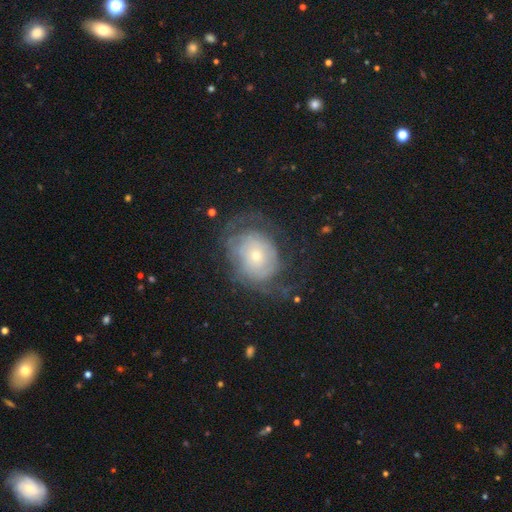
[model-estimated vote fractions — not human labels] The model was most divided on "bulge size": small: 56%, moderate: 36%, large: 5%, none: 2%, dominant: 2%. More confident: edge-on disk — no (97%); bar — no (81%); spiral arms — yes (71%); smooth or featured — featured or disk (64%); merging — none (53%).